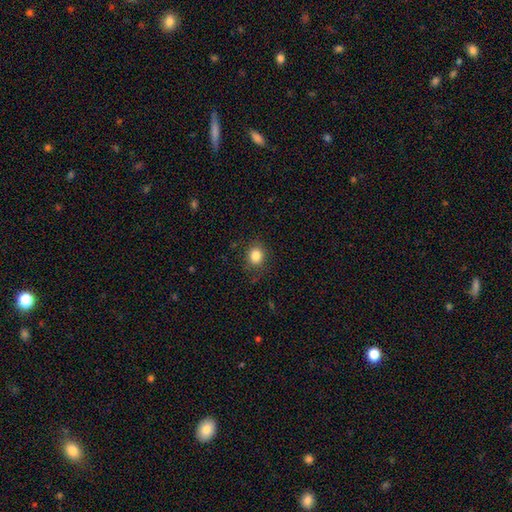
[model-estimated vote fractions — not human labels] smooth-or-featured: smooth: 84% | star or artifact: 11% | featured or disk: 5%
  how-rounded: round: 64% | in between: 35% | cigar-shaped: 1%
  merging: none: 84% | minor disturbance: 12% | major disturbance: 3% | merger: 1%